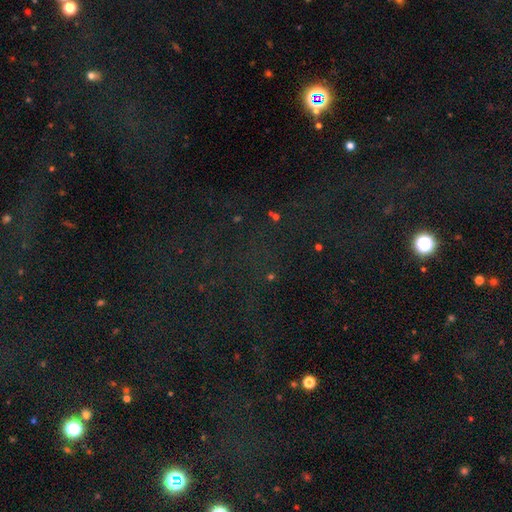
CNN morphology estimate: This is likely a star or artifact rather than a galaxy (73%).